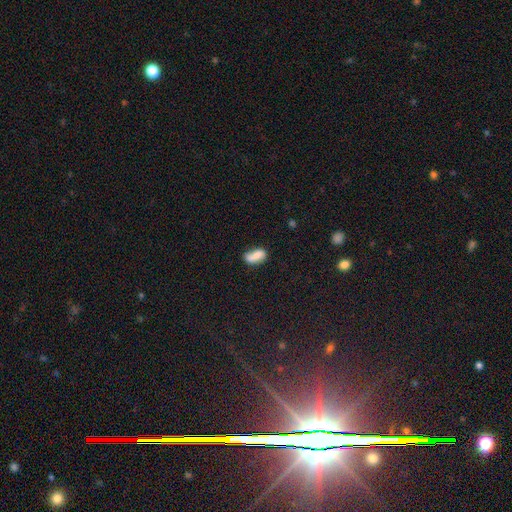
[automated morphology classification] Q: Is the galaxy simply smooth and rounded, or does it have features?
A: smooth — 67%.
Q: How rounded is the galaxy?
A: in between — 87%.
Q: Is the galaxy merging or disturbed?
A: none — 48%.